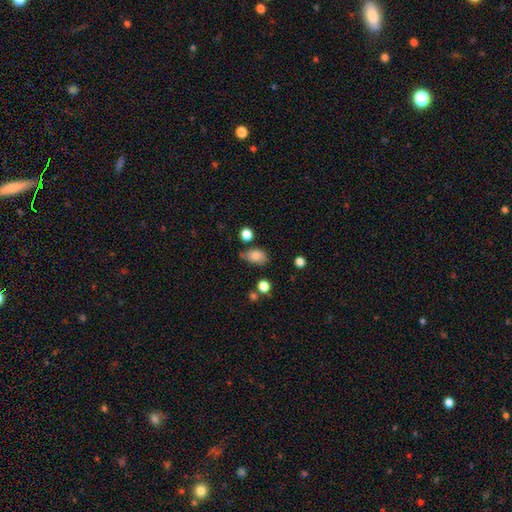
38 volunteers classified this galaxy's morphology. A smooth galaxy with no disk features (82%) that is in between round and cigar-shaped (87%).

Vote fractions:
- Smooth or featured? smooth: 82% / featured or disk: 13% / star or artifact: 5%
- How rounded? in between: 87% / round: 13% / cigar-shaped: 0%
- Merging? none: 61% / minor disturbance: 28% / major disturbance: 6% / merger: 6%